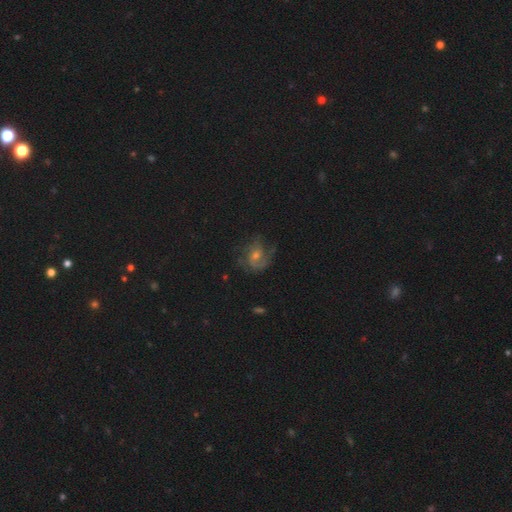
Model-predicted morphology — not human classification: The model was most divided on "bulge size": moderate: 49%, small: 41%, large: 5%, none: 4%, dominant: 1%. Remaining: edge-on disk — no (97%); spiral arms — yes (91%); smooth or featured — featured or disk (70%); merging — none (64%); bar — no (56%); spiral winding — medium (47%); spiral arm count — 2 (44%).